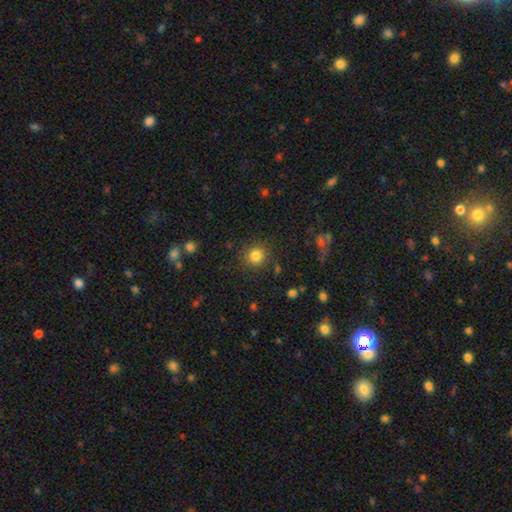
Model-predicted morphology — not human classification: The model was most divided on "smooth or featured": smooth: 83%, star or artifact: 12%, featured or disk: 5%. More confident: how rounded — round (90%); merging — none (86%).